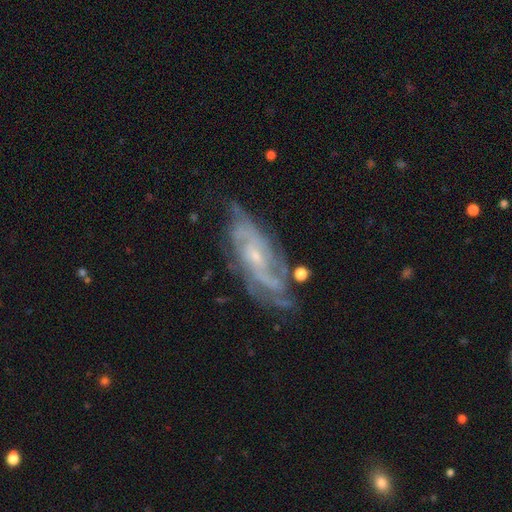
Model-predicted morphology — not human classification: smooth-or-featured: featured or disk: 84% | smooth: 9% | star or artifact: 7%
  disk-edge-on: no: 90% | yes: 10%
    bar: no: 60% | weak: 32% | strong: 8%
    has-spiral-arms: yes: 94% | no: 6%
      spiral-winding: tight: 49% | medium: 39% | loose: 12%
      spiral-arm-count: can't tell: 34% | 2: 26% | 3: 18% | 4: 12% | more than 4: 5% | 1: 5%
    bulge-size: small: 71% | moderate: 24% | none: 4% | large: 1% | dominant: 1%
  merging: none: 65% | minor disturbance: 22% | major disturbance: 9% | merger: 4%